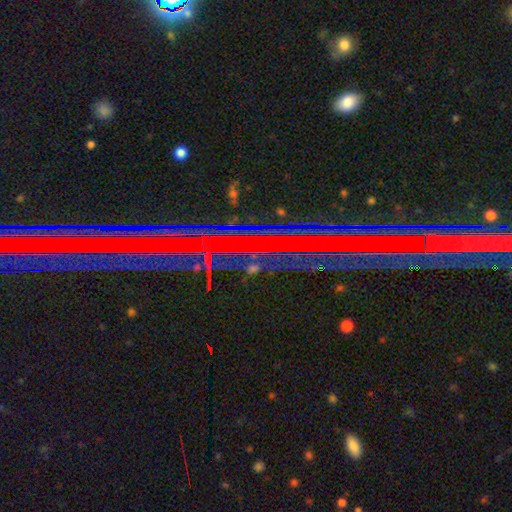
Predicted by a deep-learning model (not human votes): Overall: star or artifact (68%).